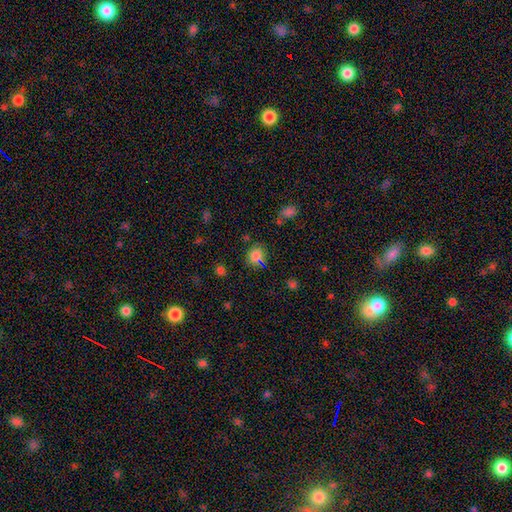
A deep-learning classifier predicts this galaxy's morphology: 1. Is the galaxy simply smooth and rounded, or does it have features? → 73% smooth, 21% star or artifact, 6% featured or disk.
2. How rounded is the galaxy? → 62% round, 37% in between, 1% cigar-shaped.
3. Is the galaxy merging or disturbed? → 75% none, 13% minor disturbance, 7% merger, 5% major disturbance.